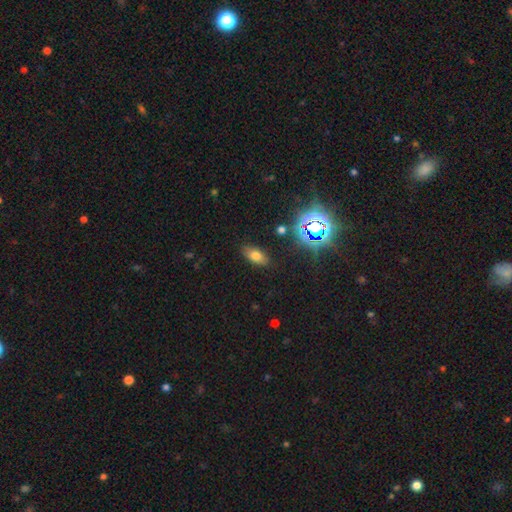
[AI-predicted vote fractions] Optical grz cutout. It shows a smooth galaxy with no disk features (69%) that is in between round and cigar-shaped (85%). Merging: none (85%).